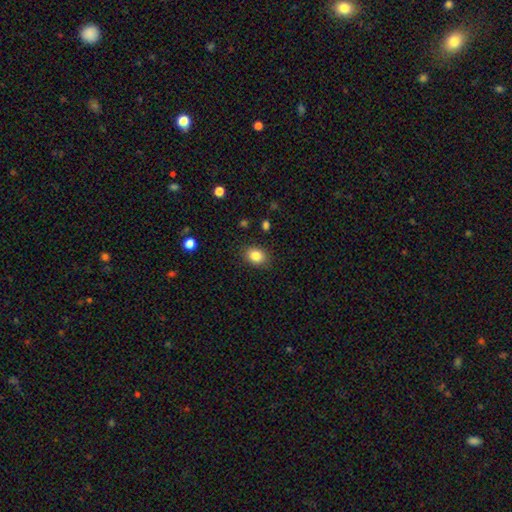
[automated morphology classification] smooth_or_featured: smooth (p=0.85) [alt: star or artifact p=0.09]
how_rounded: in between (p=0.58) [alt: round p=0.41]
merging: none (p=0.86) [alt: minor disturbance p=0.10]